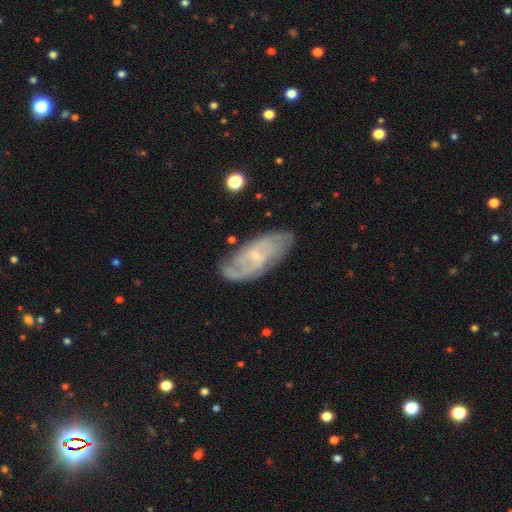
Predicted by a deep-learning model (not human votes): This is likely a featured or disk galaxy (71%). It is clearly not viewed edge-on (91%). Bar: possibly weak (51%). Spiral arm pattern: clearly yes (88%). Spiral arm count: marginally 2 (45%). Spiral winding: marginally medium (41%). Central bulge: likely small (63%). Merging: likely none (74%).